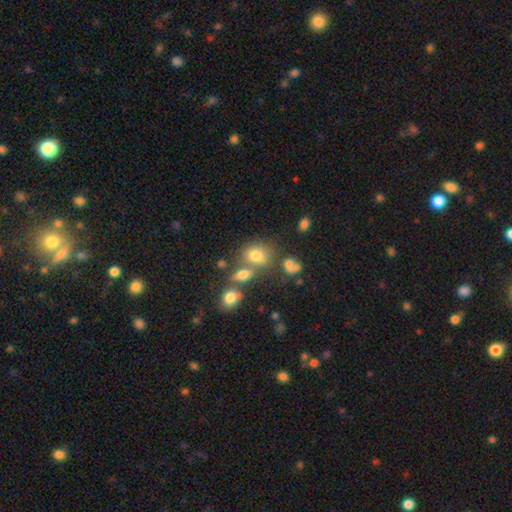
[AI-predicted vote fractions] Smooth or featured? smooth (74%)
How rounded? round (52%)
Merging? none (50%)